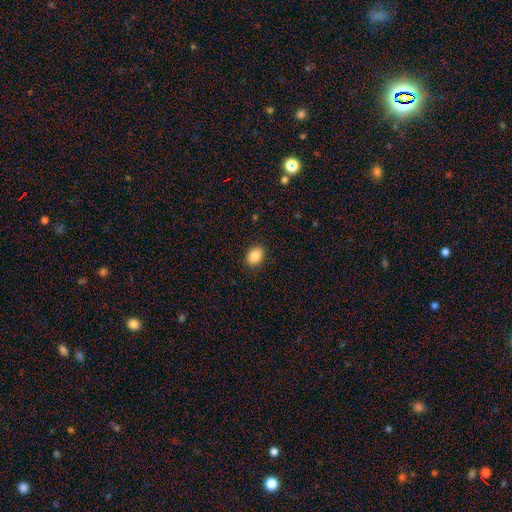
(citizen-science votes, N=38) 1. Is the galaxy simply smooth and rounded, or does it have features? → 92% smooth, 5% star or artifact, 3% featured or disk.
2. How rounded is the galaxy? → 66% in between, 34% round, 0% cigar-shaped.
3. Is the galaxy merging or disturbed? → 97% none, 3% minor disturbance, 0% major disturbance, 0% merger.